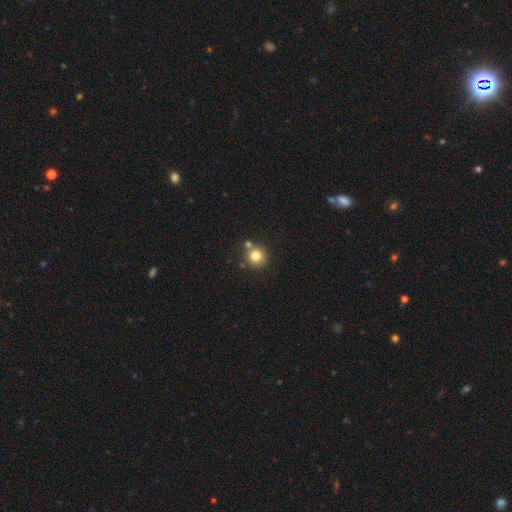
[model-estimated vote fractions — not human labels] Smooth or featured? Predicted: smooth (p=0.80). How rounded? Predicted: round (p=0.92). Merging? Predicted: none (p=0.70).